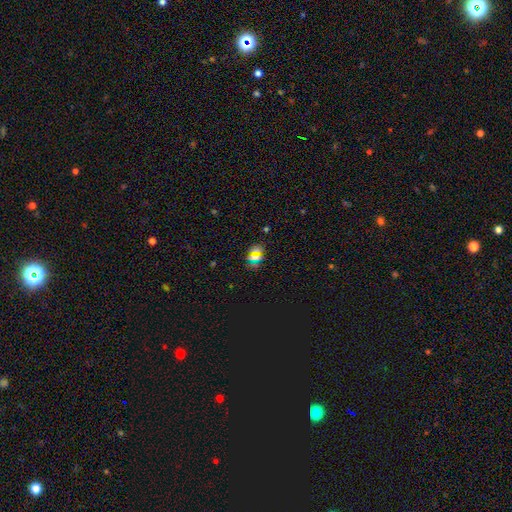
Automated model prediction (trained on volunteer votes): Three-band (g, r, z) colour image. It shows a star or artifact, not a galaxy (43%, tied with smooth).